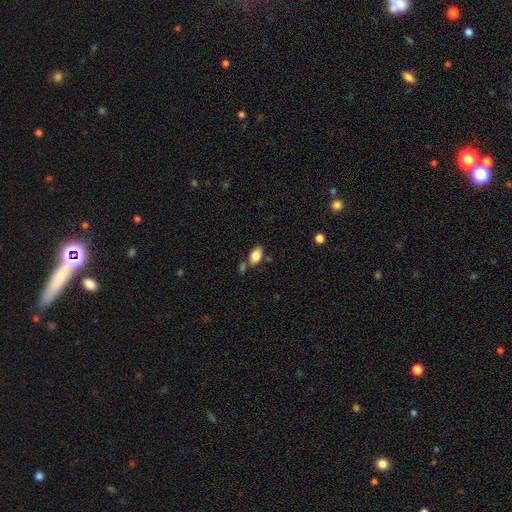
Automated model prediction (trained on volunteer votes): Smooth or featured? Predicted: smooth (p=0.85). How rounded? Predicted: in between (p=0.92). Merging? Predicted: none (p=0.66).